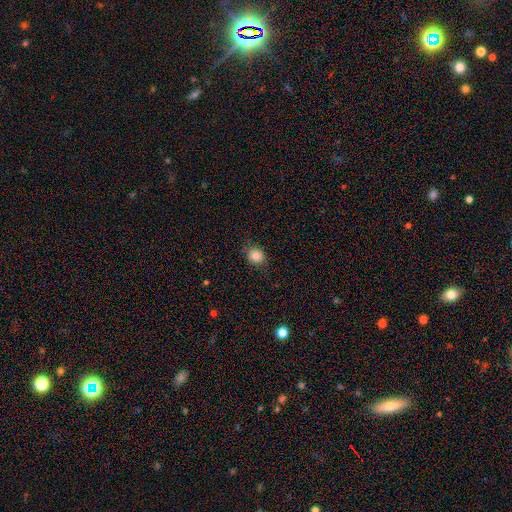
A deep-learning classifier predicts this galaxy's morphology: Smooth or featured? smooth (83%)
How rounded? round (76%)
Merging? none (83%)